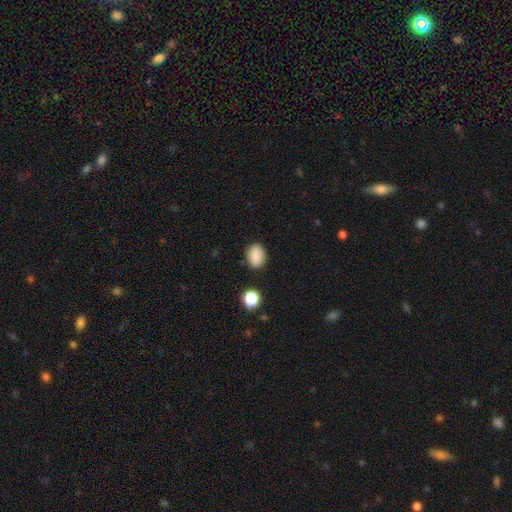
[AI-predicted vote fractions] smooth 84%, star or artifact 10%, featured or disk 6%. Down the decision tree: how rounded — in between (72%); merging — none (82%).